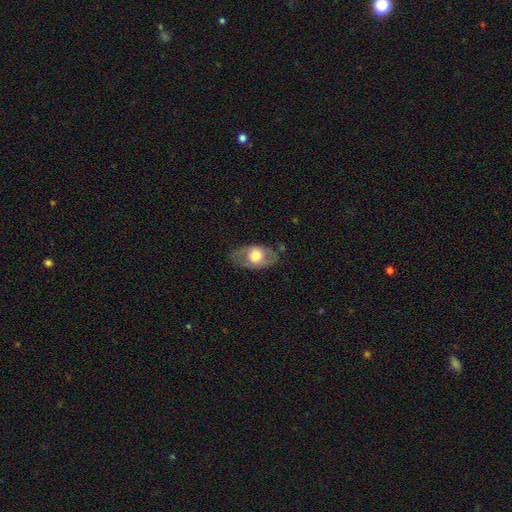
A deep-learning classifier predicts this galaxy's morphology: Smooth or featured? smooth (48%)
Merging? none (71%)